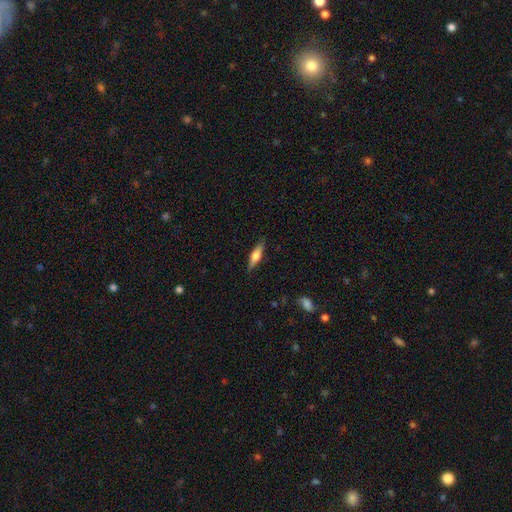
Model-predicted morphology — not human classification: smooth_or_featured: smooth (p=0.48) [alt: featured or disk p=0.46]
merging: none (p=0.86) [alt: minor disturbance p=0.10]